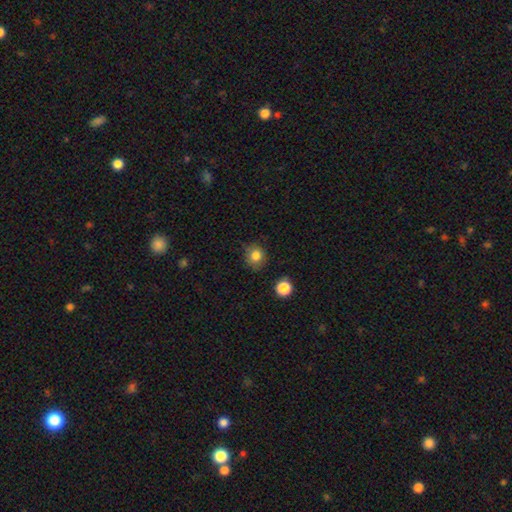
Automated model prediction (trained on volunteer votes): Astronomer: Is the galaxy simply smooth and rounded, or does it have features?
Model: smooth — 82%.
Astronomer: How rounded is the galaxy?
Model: round — 84%.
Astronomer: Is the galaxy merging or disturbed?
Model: none — 79%.